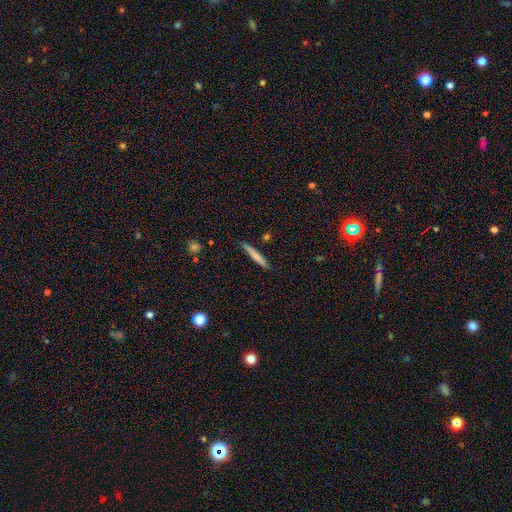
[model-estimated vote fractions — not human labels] Smooth or featured?
  - smooth: 70% *
  - featured or disk: 23%
  - star or artifact: 6%
How rounded?
  - cigar-shaped: 95% *
  - in between: 4%
  - round: 1%
Merging?
  - none: 83% *
  - minor disturbance: 13%
  - major disturbance: 2%
  - merger: 2%